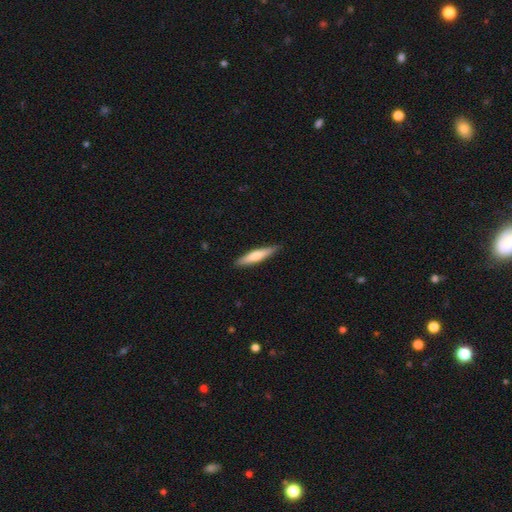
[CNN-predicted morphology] smooth_or_featured: smooth (p=0.63) [alt: featured or disk p=0.32]
how_rounded: cigar-shaped (p=0.86) [alt: in between p=0.12]
merging: none (p=0.88) [alt: minor disturbance p=0.10]